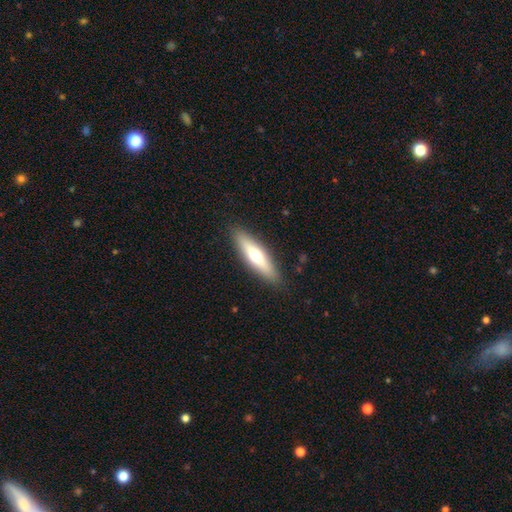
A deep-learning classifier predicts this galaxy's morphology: type=smooth (56%); roundness=cigar-shaped (68%); merging=none (89%).